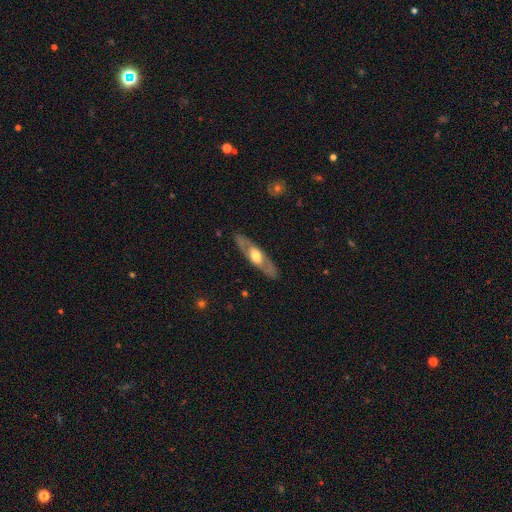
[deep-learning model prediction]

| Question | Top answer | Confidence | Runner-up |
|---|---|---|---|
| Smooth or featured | featured or disk | 62% | smooth (33%) |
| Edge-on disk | no | 51% | yes (49%) |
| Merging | none | 86% | minor disturbance (10%) |